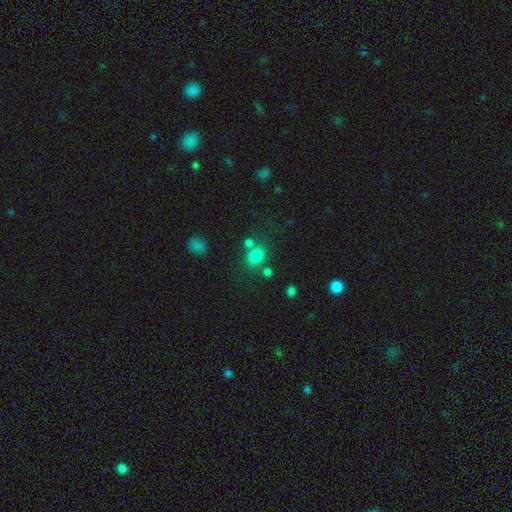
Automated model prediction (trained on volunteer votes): A smooth galaxy with no disk features (79%) that is in between round and cigar-shaped (52%). Merging: none (60%).